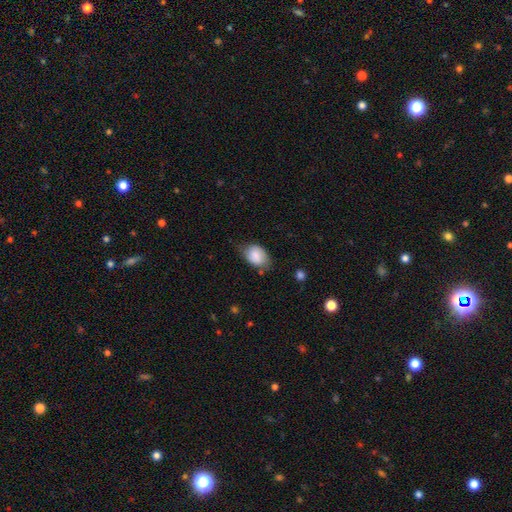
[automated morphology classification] Overall: smooth (84%). How rounded: in between (79%). Merging: none (55%; minor disturbance 34%).